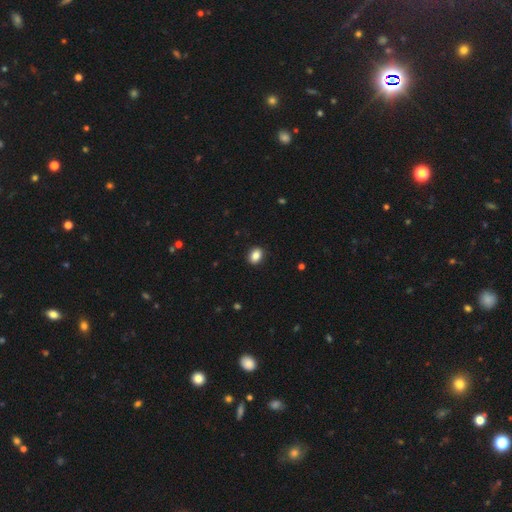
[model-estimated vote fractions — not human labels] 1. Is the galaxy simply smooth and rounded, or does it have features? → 86% smooth, 8% star or artifact, 6% featured or disk.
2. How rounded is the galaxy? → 69% in between, 30% round, 1% cigar-shaped.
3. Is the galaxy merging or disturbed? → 89% none, 8% minor disturbance, 2% major disturbance, 1% merger.